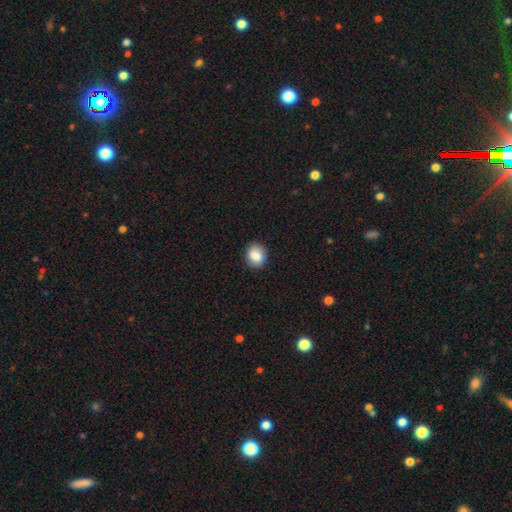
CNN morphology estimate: type=smooth (85%); roundness=round (57%); merging=none (84%).